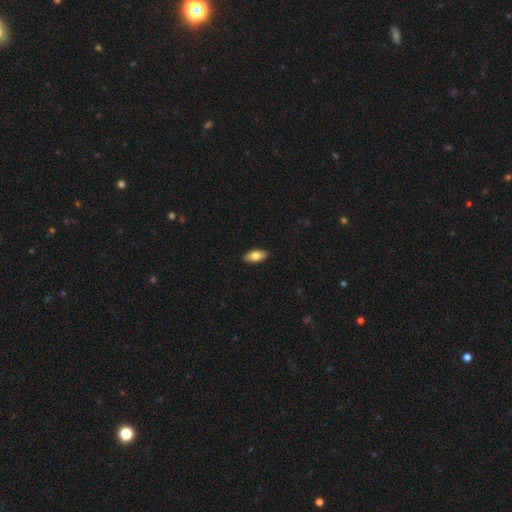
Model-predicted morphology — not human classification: This appears to be a smooth galaxy with no disk features (79%) that is in between round and cigar-shaped (90%). Merging: none (90%).